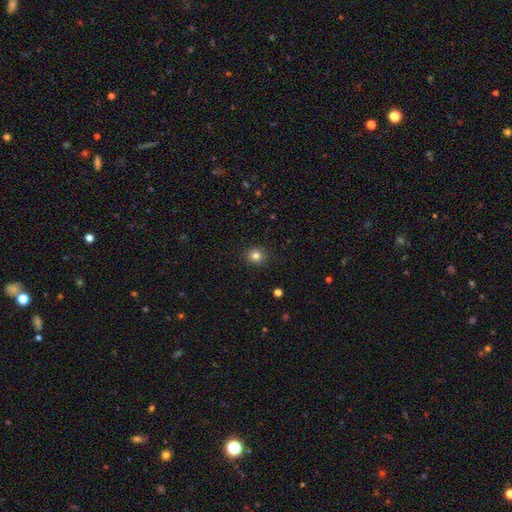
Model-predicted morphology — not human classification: type=smooth (82%); roundness=round (86%); merging=none (91%).